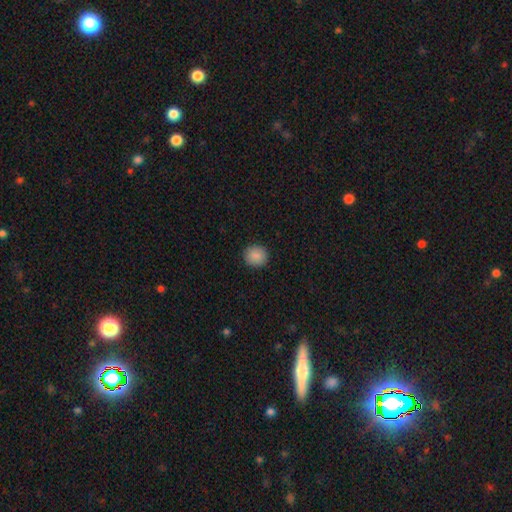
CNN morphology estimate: Smooth or featured?
  - smooth: 88% *
  - star or artifact: 9%
  - featured or disk: 4%
How rounded?
  - round: 87% *
  - in between: 12%
  - cigar-shaped: 1%
Merging?
  - none: 91% *
  - minor disturbance: 6%
  - major disturbance: 2%
  - merger: 1%